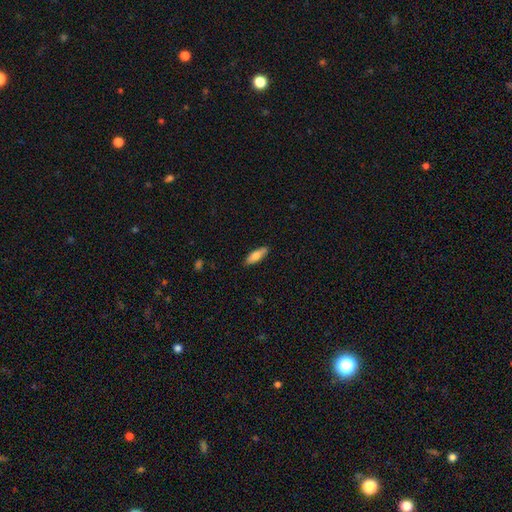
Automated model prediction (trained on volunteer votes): Q: Smooth or featured?
A: smooth (75%); runner-up: featured or disk (20%)
Q: How rounded?
A: in between (53%); runner-up: cigar-shaped (45%)
Q: Merging?
A: none (87%); runner-up: minor disturbance (10%)